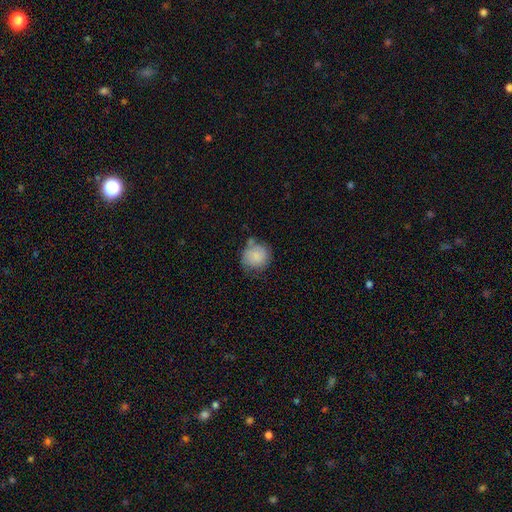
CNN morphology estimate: smooth 83%, featured or disk 9%, star or artifact 7%. Down the decision tree: how rounded — round (84%); merging — none (57%).